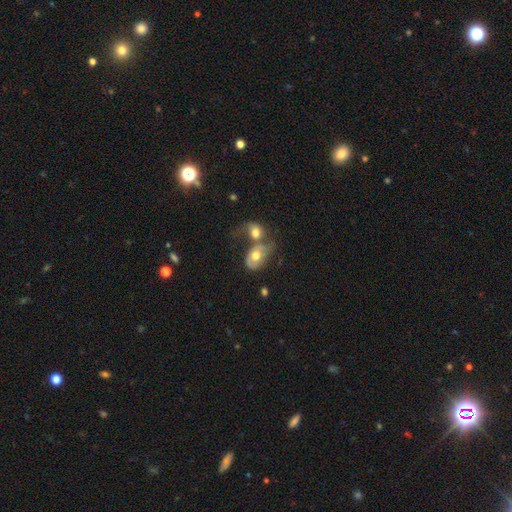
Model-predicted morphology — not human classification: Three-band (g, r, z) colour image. It shows a smooth galaxy with no disk features (59%) that is in between round and cigar-shaped (75%). Merging: merger (66%).